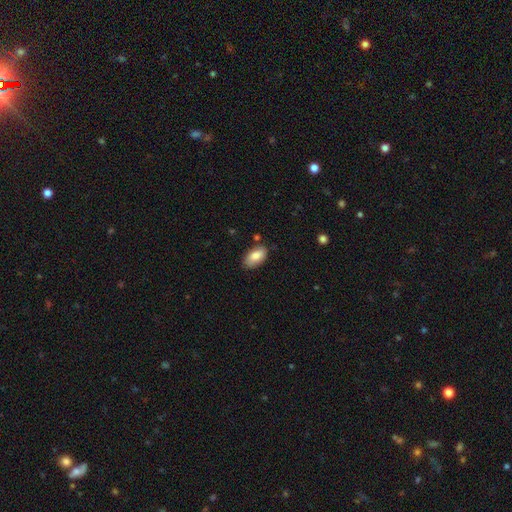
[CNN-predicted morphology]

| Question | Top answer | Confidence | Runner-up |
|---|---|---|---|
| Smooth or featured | smooth | 83% | featured or disk (10%) |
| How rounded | in between | 94% | round (4%) |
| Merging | none | 78% | minor disturbance (16%) |